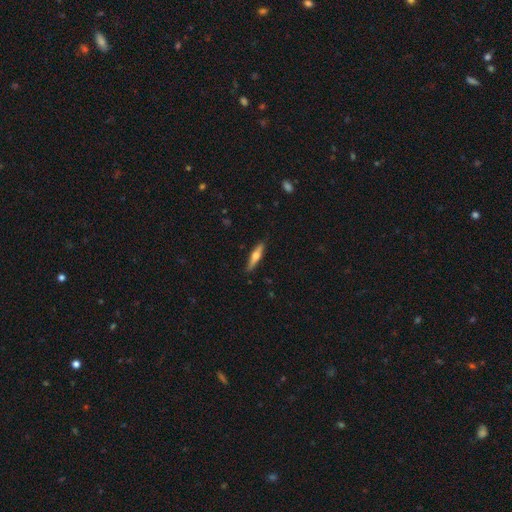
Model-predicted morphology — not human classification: The model was most divided on "smooth or featured": featured or disk: 48%, smooth: 46%, star or artifact: 6%. More confident: merging — none (88%).